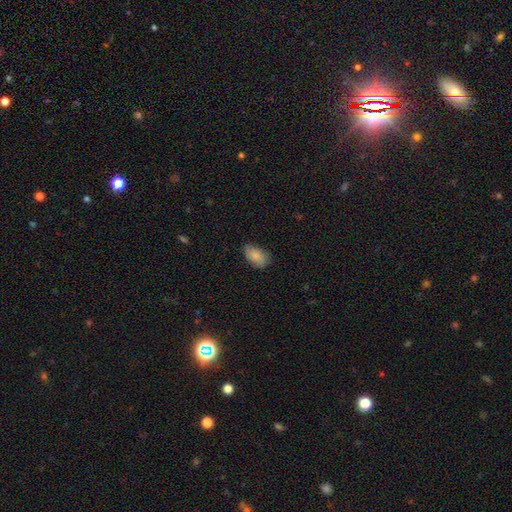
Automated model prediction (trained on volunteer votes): Q: Smooth or featured?
A: smooth (86%); runner-up: featured or disk (8%)
Q: How rounded?
A: in between (93%); runner-up: round (5%)
Q: Merging?
A: none (75%); runner-up: minor disturbance (20%)